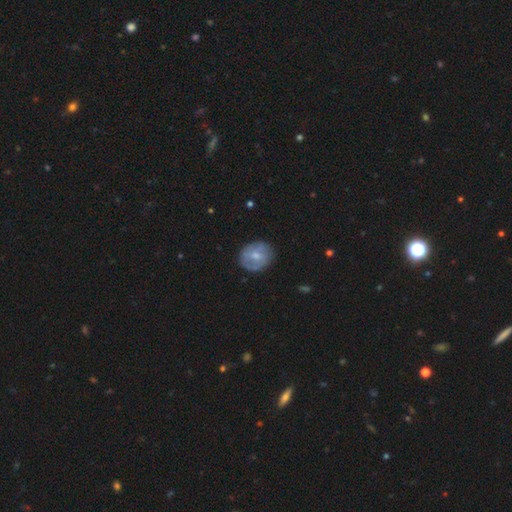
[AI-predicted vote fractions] smooth_or_featured: smooth (p=0.47) [alt: featured or disk p=0.46]
merging: none (p=0.73) [alt: minor disturbance p=0.19]